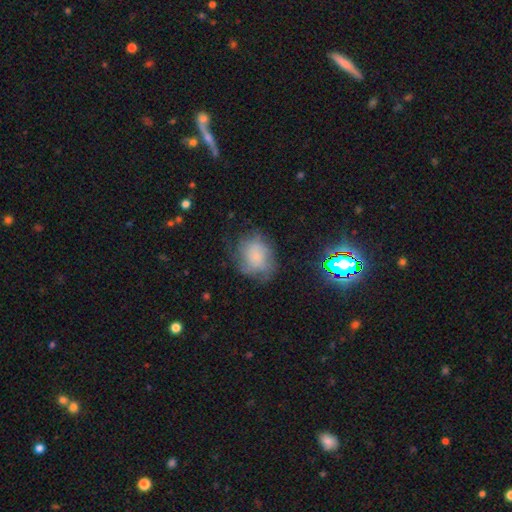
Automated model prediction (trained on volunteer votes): smooth_or_featured: smooth (p=0.56) [alt: featured or disk p=0.30]
how_rounded: round (p=0.53) [alt: in between p=0.46]
merging: none (p=0.53) [alt: minor disturbance p=0.27]